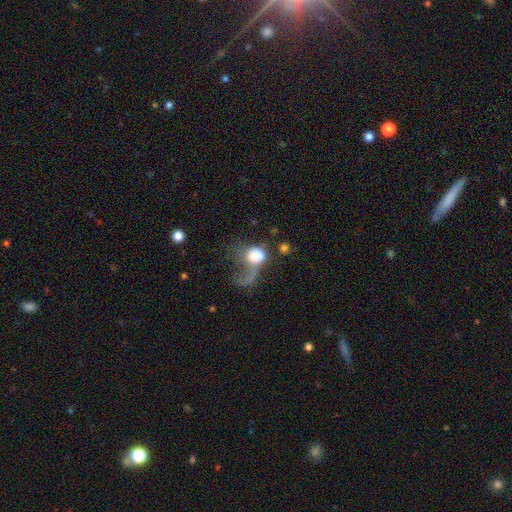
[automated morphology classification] The model was most divided on "how rounded": round: 51%, in between: 47%, cigar-shaped: 2%. More confident: merging — major disturbance (62%); smooth or featured — smooth (60%).